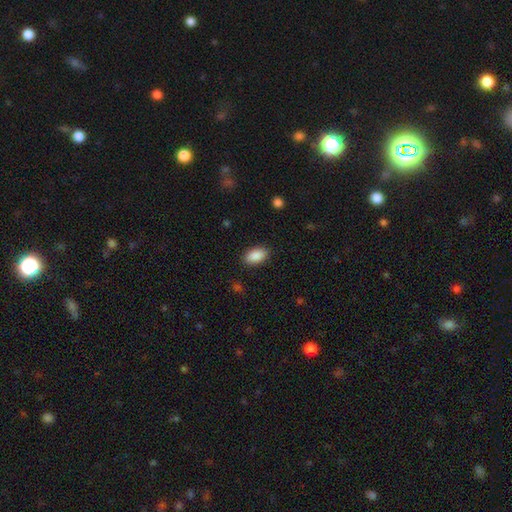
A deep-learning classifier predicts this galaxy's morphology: This is clearly a smooth galaxy (90%). How rounded: clearly in between (94%). Merging: clearly none (88%).